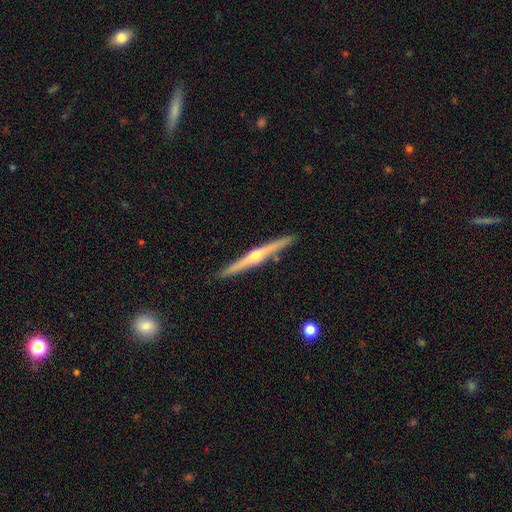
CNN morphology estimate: smooth_or_featured: featured or disk (p=0.80) [alt: smooth p=0.15]
disk_edge_on: yes (p=0.98) [alt: no p=0.02]
edge_on_bulge: rounded (p=0.88) [alt: none p=0.08]
merging: none (p=0.91) [alt: minor disturbance p=0.06]